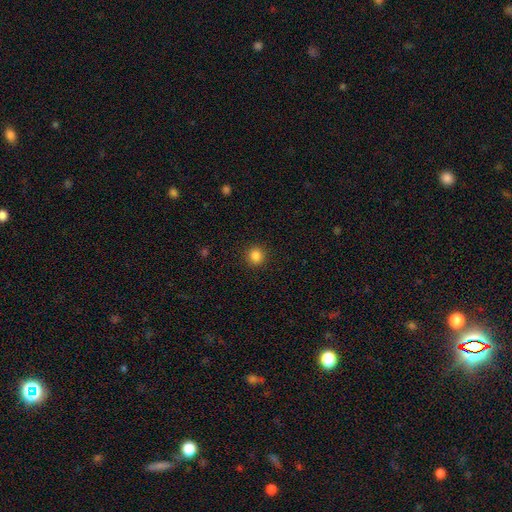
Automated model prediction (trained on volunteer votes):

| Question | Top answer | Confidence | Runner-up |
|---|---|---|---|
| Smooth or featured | smooth | 85% | star or artifact (11%) |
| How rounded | round | 92% | in between (7%) |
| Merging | none | 92% | minor disturbance (5%) |